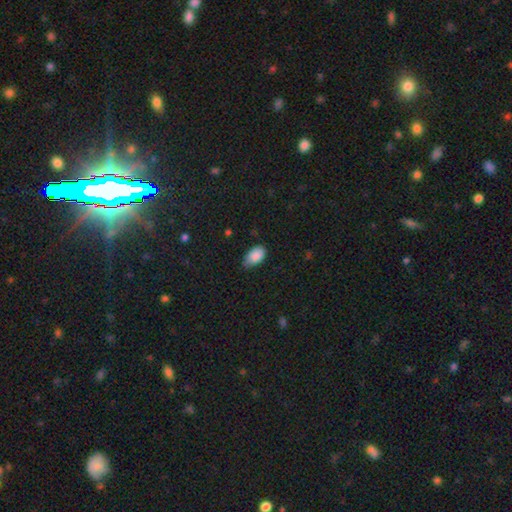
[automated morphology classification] This appears to be a smooth galaxy with no disk features (87%) that is in between round and cigar-shaped (93%). Merging: none (57%).